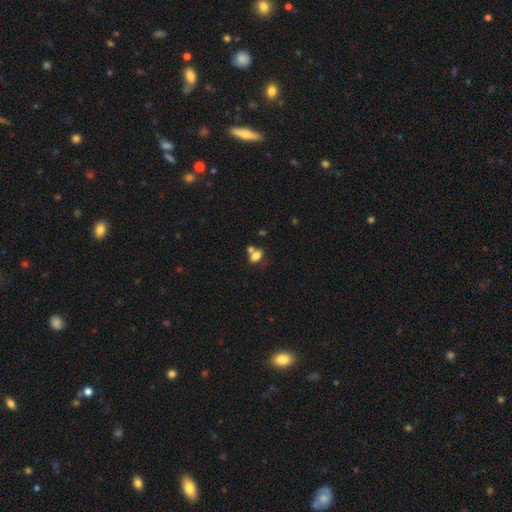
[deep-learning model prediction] This appears to be a smooth galaxy with no disk features (76%) that is in between round and cigar-shaped (80%). Merging: none (43%).